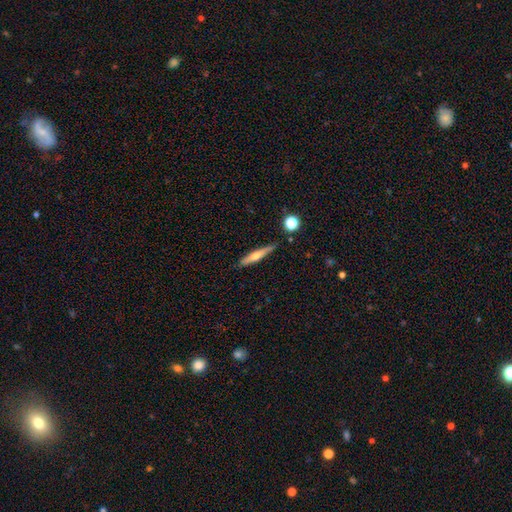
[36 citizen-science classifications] Smooth or featured?
  - featured or disk: 64% *
  - smooth: 36%
  - star or artifact: 0%
Edge-on disk?
  - yes: 96% *
  - no: 4%
Edge-on bulge?
  - rounded: 77% *
  - boxy: 14%
  - none: 9%
Merging?
  - none: 83% *
  - minor disturbance: 17%
  - major disturbance: 0%
  - merger: 0%